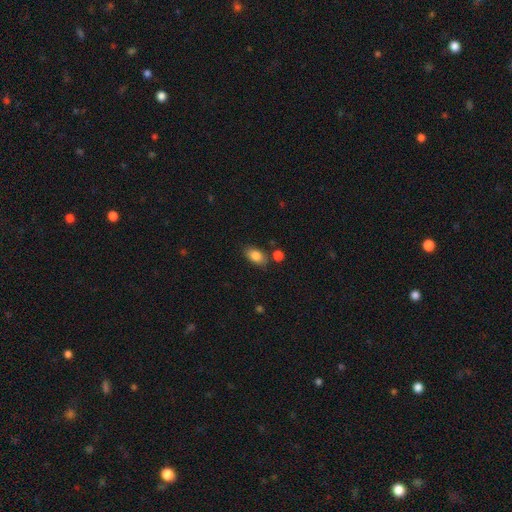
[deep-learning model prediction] This appears to be a smooth galaxy with no disk features (83%) that is in between round and cigar-shaped (89%). Merging: none (76%).